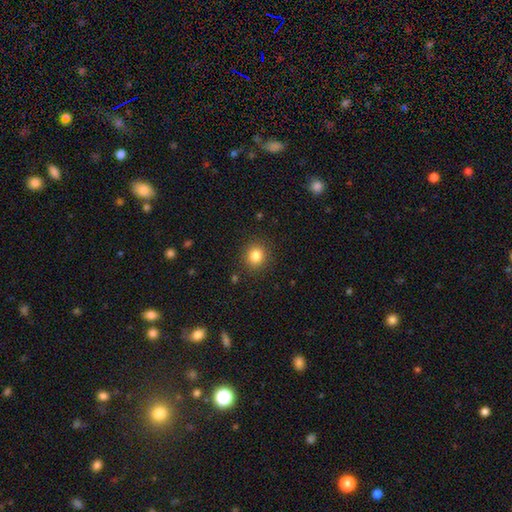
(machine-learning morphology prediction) Smooth or featured?
  - smooth: 83% *
  - star or artifact: 11%
  - featured or disk: 6%
How rounded?
  - round: 84% *
  - in between: 15%
  - cigar-shaped: 1%
Merging?
  - none: 89% *
  - minor disturbance: 7%
  - major disturbance: 3%
  - merger: 1%